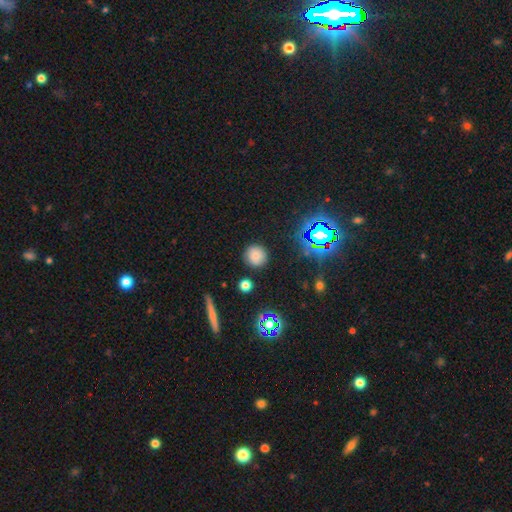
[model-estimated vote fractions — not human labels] Smooth or featured?
  - smooth: 74% *
  - star or artifact: 16%
  - featured or disk: 10%
How rounded?
  - round: 93% *
  - in between: 6%
  - cigar-shaped: 1%
Merging?
  - none: 88% *
  - minor disturbance: 8%
  - major disturbance: 3%
  - merger: 2%